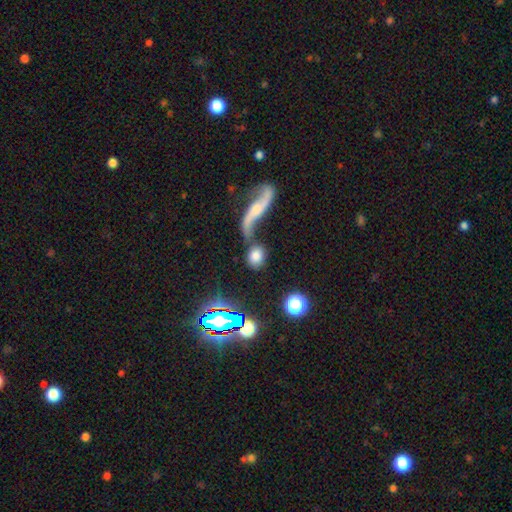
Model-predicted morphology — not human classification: type=smooth (72%); roundness=round (57%); merging=none (47%).